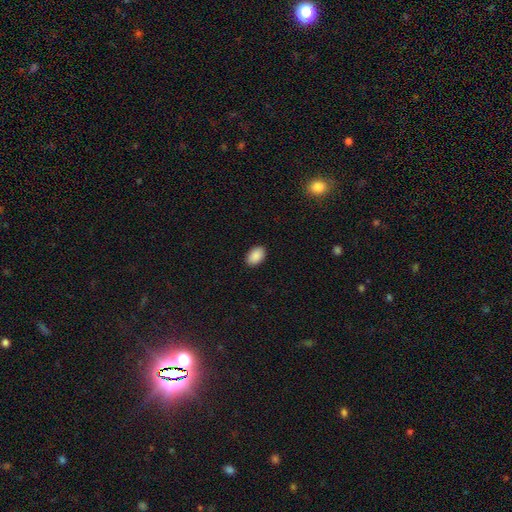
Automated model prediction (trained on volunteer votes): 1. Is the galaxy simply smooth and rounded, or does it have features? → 90% smooth, 7% star or artifact, 3% featured or disk.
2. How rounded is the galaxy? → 90% in between, 9% round, 1% cigar-shaped.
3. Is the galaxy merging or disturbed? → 90% none, 7% minor disturbance, 2% major disturbance, 1% merger.